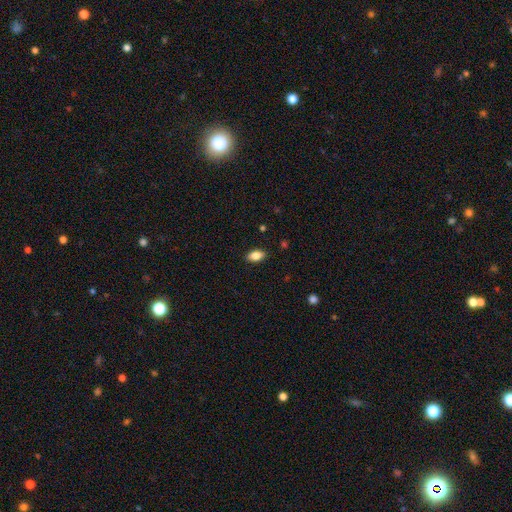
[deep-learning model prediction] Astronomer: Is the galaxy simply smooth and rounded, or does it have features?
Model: smooth — 85%.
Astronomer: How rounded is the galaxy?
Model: in between — 90%.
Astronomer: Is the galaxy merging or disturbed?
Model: none — 88%.